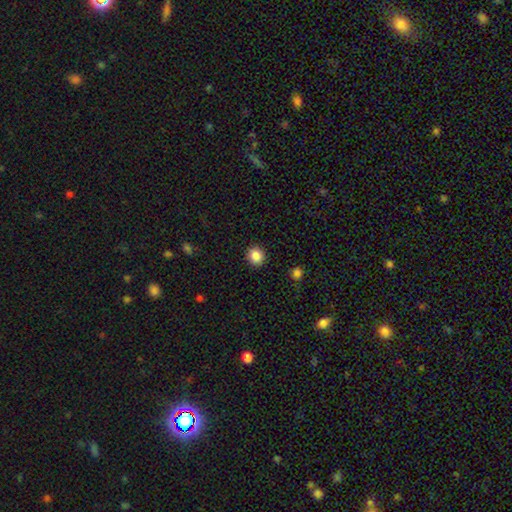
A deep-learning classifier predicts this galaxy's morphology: This is clearly a smooth galaxy (87%). How rounded: clearly round (84%). Merging: clearly none (91%).